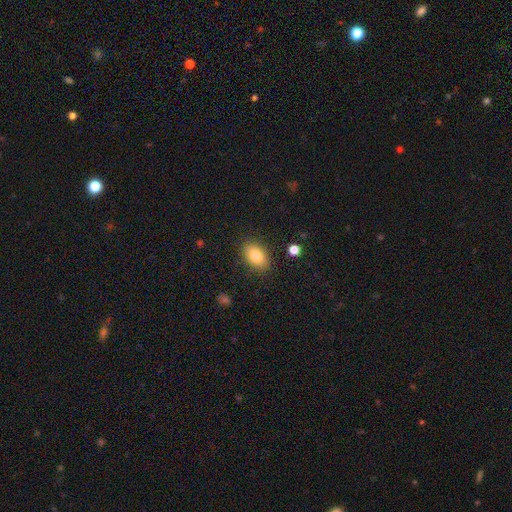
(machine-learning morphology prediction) smooth 81%, featured or disk 11%, star or artifact 8%. Down the decision tree: how rounded — in between (87%); merging — none (86%).